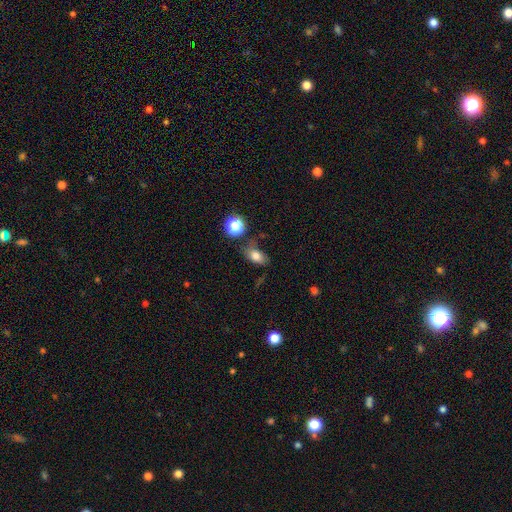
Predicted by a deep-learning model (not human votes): The model was most divided on "merging": none: 65%, minor disturbance: 22%, major disturbance: 8%, merger: 6%. More confident: how rounded — in between (83%); smooth or featured — smooth (76%).